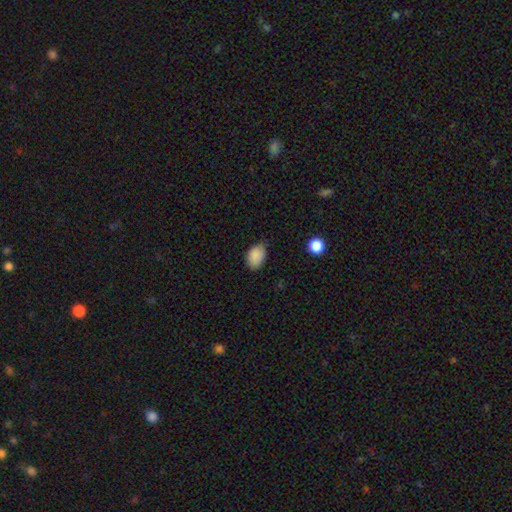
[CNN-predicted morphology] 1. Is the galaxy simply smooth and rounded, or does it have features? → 88% smooth, 9% star or artifact, 4% featured or disk.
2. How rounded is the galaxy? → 84% in between, 15% round, 1% cigar-shaped.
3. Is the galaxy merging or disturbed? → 66% none, 29% minor disturbance, 4% major disturbance, 1% merger.